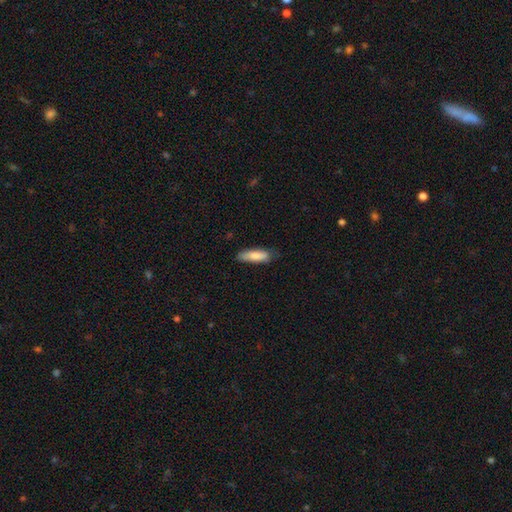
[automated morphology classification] Q: Smooth or featured?
A: smooth (82%); runner-up: featured or disk (12%)
Q: How rounded?
A: cigar-shaped (55%); runner-up: in between (44%)
Q: Merging?
A: none (70%); runner-up: minor disturbance (24%)